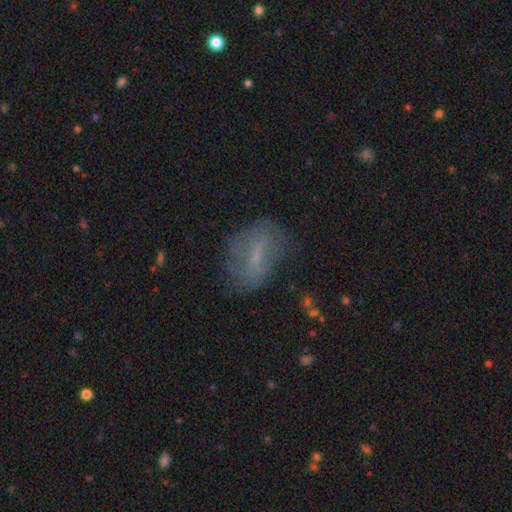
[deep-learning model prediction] Q: Smooth or featured?
A: smooth (45%); runner-up: featured or disk (42%)
Q: Merging?
A: none (66%); runner-up: minor disturbance (21%)